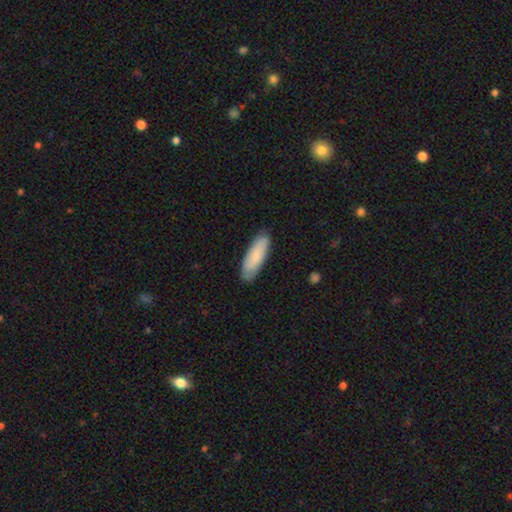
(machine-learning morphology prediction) Smooth or featured? Predicted: smooth (p=0.80). How rounded? Predicted: in between (p=0.55). Merging? Predicted: none (p=0.83).